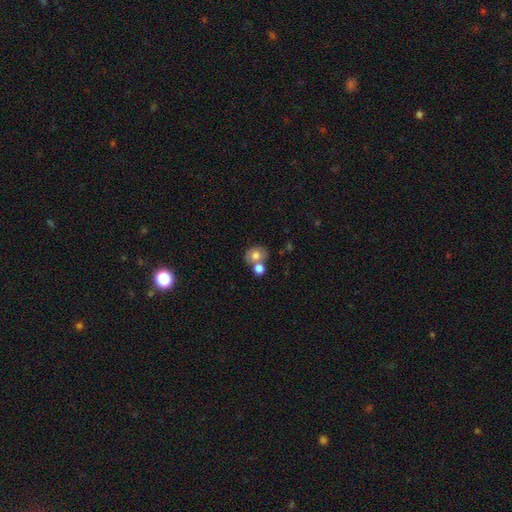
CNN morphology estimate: A smooth galaxy with no disk features (70%) that is round (59%).

Vote fractions:
- Smooth or featured? smooth: 70% / featured or disk: 21% / star or artifact: 9%
- How rounded? round: 59% / in between: 40% / cigar-shaped: 1%
- Merging? merger: 42% (tied) / none: 42% (tied) / minor disturbance: 11% / major disturbance: 5%